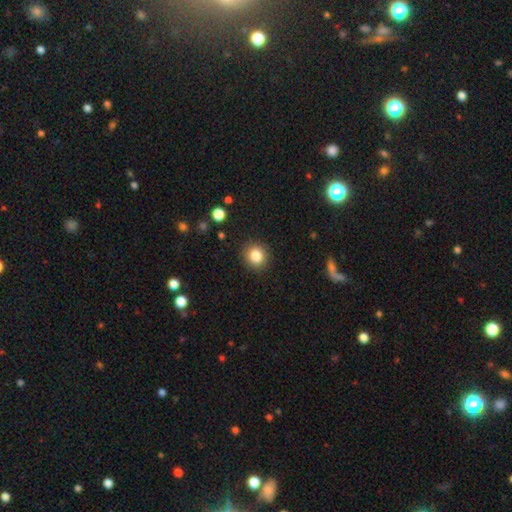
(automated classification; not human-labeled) A smooth galaxy with no disk features (84%) that is round (84%).

Vote fractions:
- Smooth or featured? smooth: 84% / star or artifact: 10% / featured or disk: 6%
- How rounded? round: 84% / in between: 15% / cigar-shaped: 1%
- Merging? none: 90% / minor disturbance: 7% / major disturbance: 2% / merger: 1%